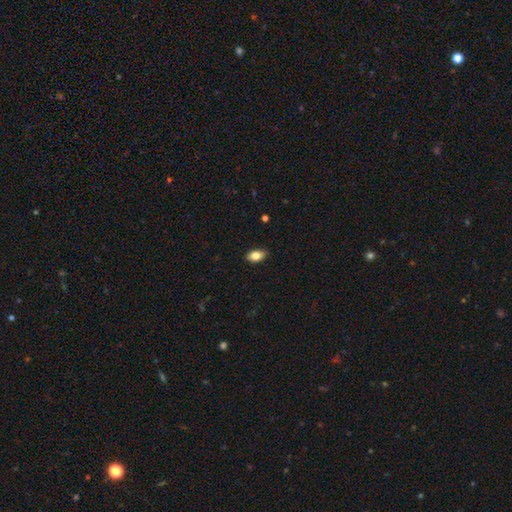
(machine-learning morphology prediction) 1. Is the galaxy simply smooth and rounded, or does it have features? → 82% smooth, 11% featured or disk, 8% star or artifact.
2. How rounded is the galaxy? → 90% in between, 6% round, 4% cigar-shaped.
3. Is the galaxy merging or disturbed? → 87% none, 10% minor disturbance, 2% major disturbance, 1% merger.